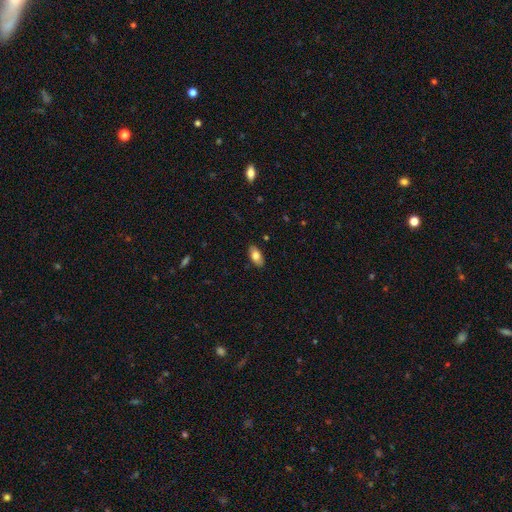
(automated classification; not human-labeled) The model was most divided on "smooth or featured": smooth: 78%, featured or disk: 16%, star or artifact: 7%. More confident: how rounded — in between (92%); merging — none (88%).